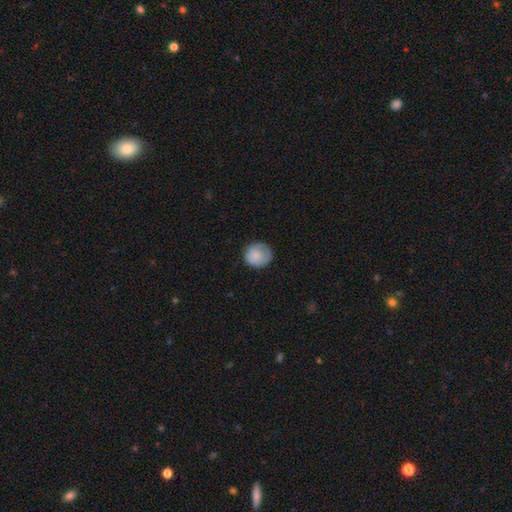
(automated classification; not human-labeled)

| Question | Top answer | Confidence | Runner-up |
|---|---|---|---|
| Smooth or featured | smooth | 83% | featured or disk (10%) |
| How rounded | round | 85% | in between (14%) |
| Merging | none | 74% | minor disturbance (20%) |